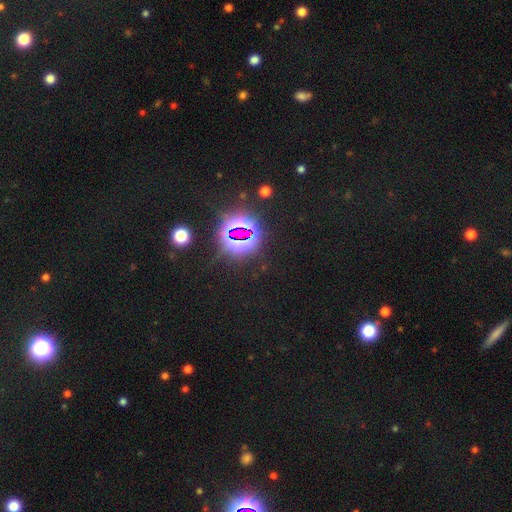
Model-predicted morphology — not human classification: smooth_or_featured: star or artifact (p=0.79) [alt: smooth p=0.13]